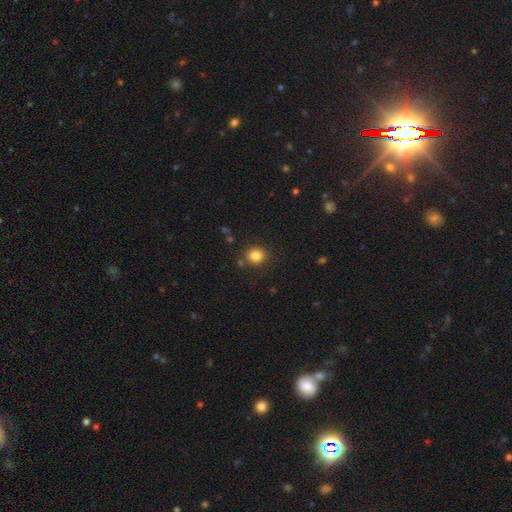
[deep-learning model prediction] Smooth or featured? smooth (83%)
How rounded? round (82%)
Merging? none (84%)